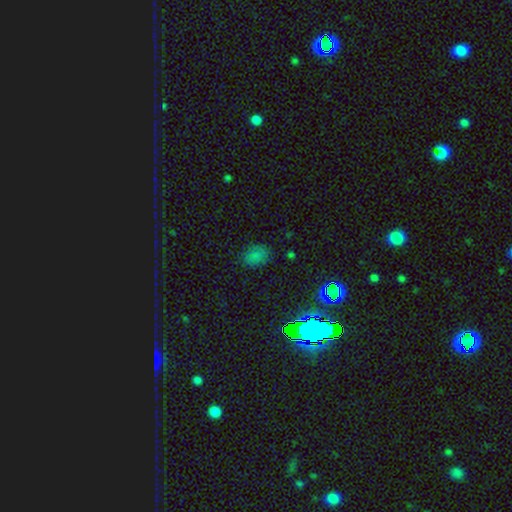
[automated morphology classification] A smooth galaxy with no disk features (71%) that is in between round and cigar-shaped (69%).

Vote fractions:
- Smooth or featured? smooth: 71% / star or artifact: 22% / featured or disk: 6%
- How rounded? in between: 69% / round: 30% / cigar-shaped: 1%
- Merging? none: 78% / minor disturbance: 16% / major disturbance: 4% / merger: 2%